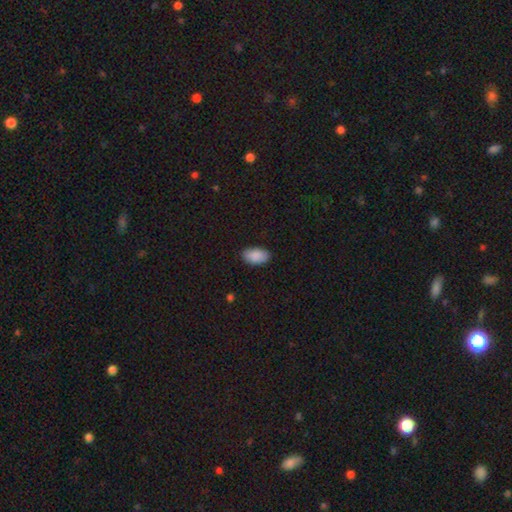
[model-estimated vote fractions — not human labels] Smooth or featured?
  - smooth: 90% *
  - star or artifact: 6%
  - featured or disk: 4%
How rounded?
  - in between: 95% *
  - round: 4%
  - cigar-shaped: 2%
Merging?
  - none: 87% *
  - minor disturbance: 9%
  - major disturbance: 2%
  - merger: 1%